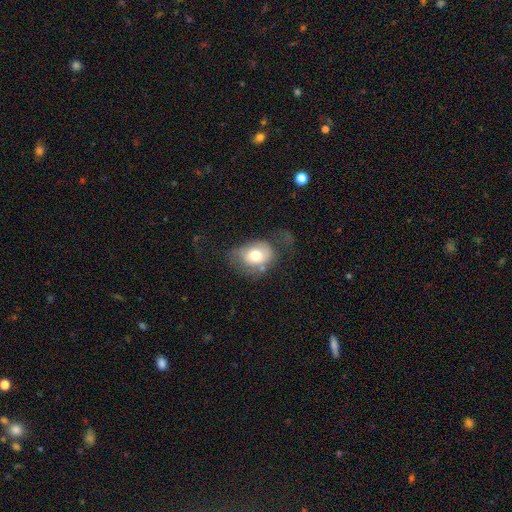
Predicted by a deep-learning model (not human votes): Q: Smooth or featured?
A: smooth (68%); runner-up: featured or disk (23%)
Q: How rounded?
A: in between (63%); runner-up: round (36%)
Q: Merging?
A: none (41%); runner-up: minor disturbance (30%)